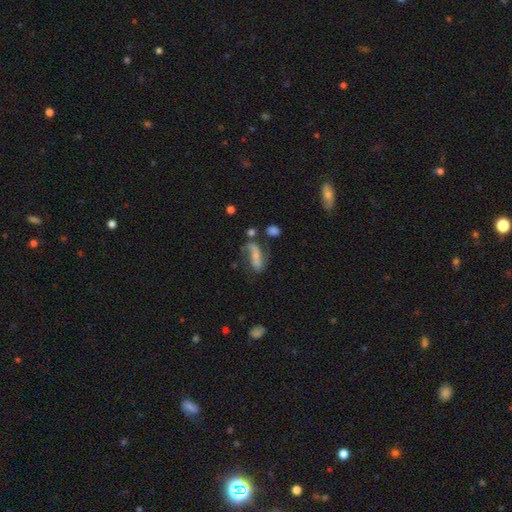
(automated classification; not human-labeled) The model was most divided on "bar": no: 42%, strong: 29%, weak: 28%. Remaining: edge-on disk — no (90%); spiral arms — yes (83%); smooth or featured — featured or disk (59%); bulge size — small (51%); merging — none (45%).